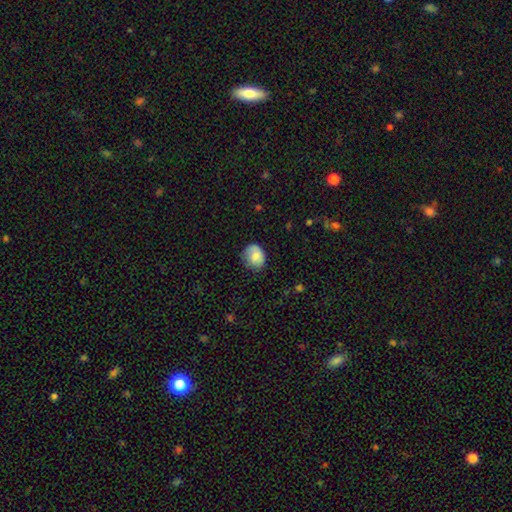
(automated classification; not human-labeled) This appears to be a smooth galaxy with no disk features (78%) that is round (65%). Merging: none (62%).